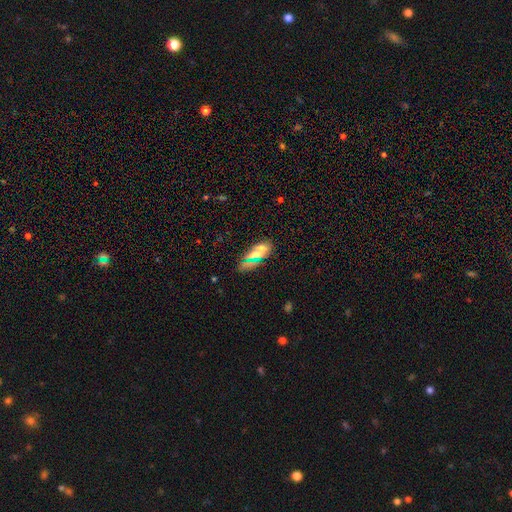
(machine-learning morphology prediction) smooth-or-featured: smooth: 56% | featured or disk: 22% | star or artifact: 22%
  how-rounded: in between: 68% | cigar-shaped: 22% | round: 10%
  merging: none: 70% | minor disturbance: 12% | merger: 11% | major disturbance: 6%